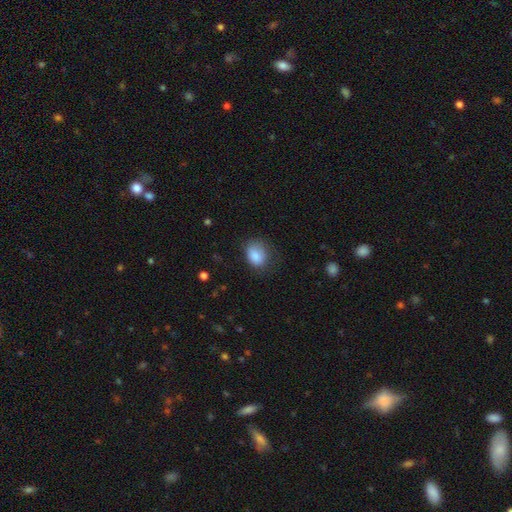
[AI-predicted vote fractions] This appears to be a smooth galaxy with no disk features (84%) that is in between round and cigar-shaped (62%). Merging: none (61%).